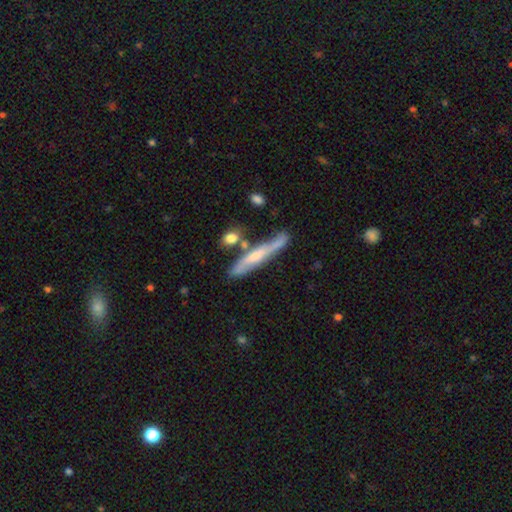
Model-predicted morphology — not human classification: A featured or disk galaxy (54%) viewed edge-on (76%).

Vote fractions:
- Smooth or featured? featured or disk: 54% / smooth: 40% / star or artifact: 6%
- Edge-on disk? yes: 76% / no: 24%
- Merging? none: 63% / minor disturbance: 20% / merger: 11% / major disturbance: 6%